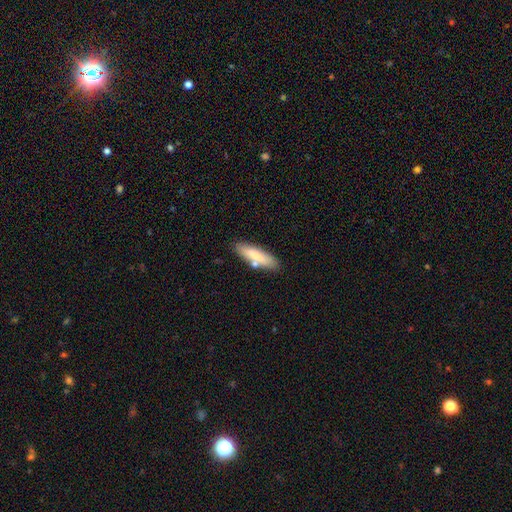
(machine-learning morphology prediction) smooth 73%, featured or disk 20%, star or artifact 7%. Down the decision tree: how rounded — cigar-shaped (65%); merging — none (75%).